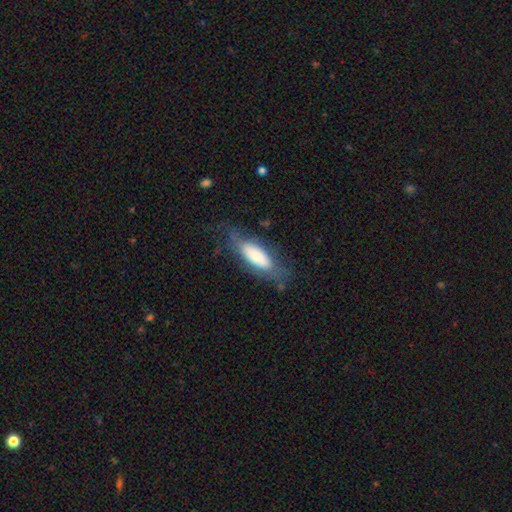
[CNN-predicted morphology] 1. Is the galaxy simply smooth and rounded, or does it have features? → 69% smooth, 24% featured or disk, 7% star or artifact.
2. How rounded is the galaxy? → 64% in between, 34% cigar-shaped, 2% round.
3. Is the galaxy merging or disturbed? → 62% none, 24% minor disturbance, 12% major disturbance, 2% merger.